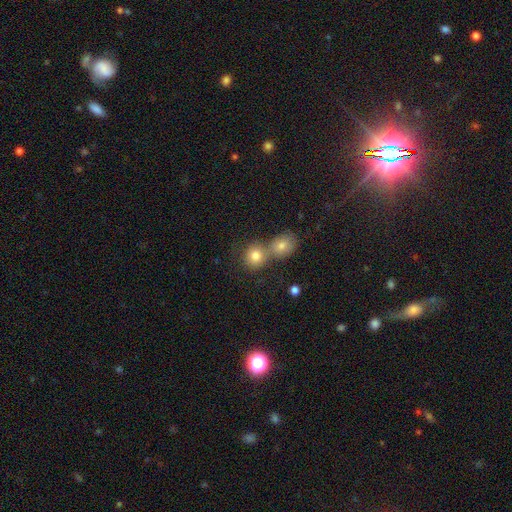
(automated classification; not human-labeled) A smooth galaxy with no disk features (79%) that is round (83%).

Vote fractions:
- Smooth or featured? smooth: 79% / star or artifact: 11% / featured or disk: 9%
- How rounded? round: 83% / in between: 16% / cigar-shaped: 1%
- Merging? merger: 52% / none: 39% / minor disturbance: 6% / major disturbance: 3%